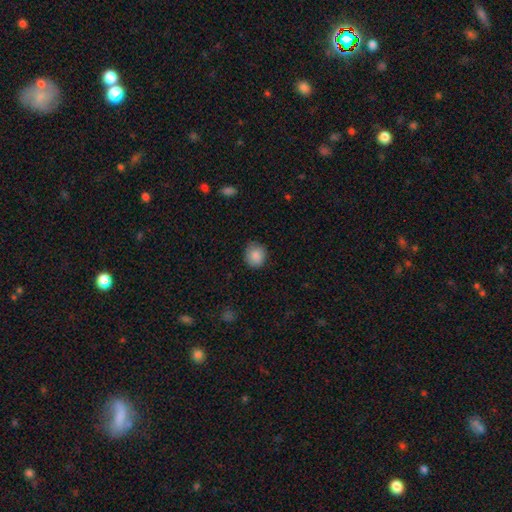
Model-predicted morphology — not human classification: Smooth or featured?
  - smooth: 87% *
  - star or artifact: 9%
  - featured or disk: 4%
How rounded?
  - round: 85% *
  - in between: 14%
  - cigar-shaped: 1%
Merging?
  - none: 84% *
  - minor disturbance: 12%
  - major disturbance: 3%
  - merger: 1%